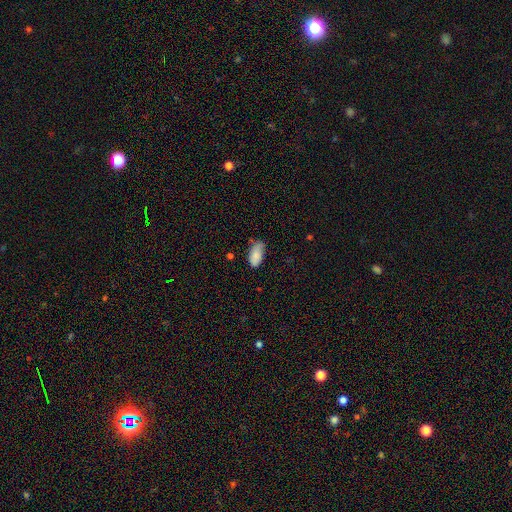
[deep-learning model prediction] smooth-or-featured: smooth: 83% | featured or disk: 10% | star or artifact: 7%
  how-rounded: in between: 93% | cigar-shaped: 4% | round: 3%
  merging: none: 56% | minor disturbance: 34% | major disturbance: 7% | merger: 3%